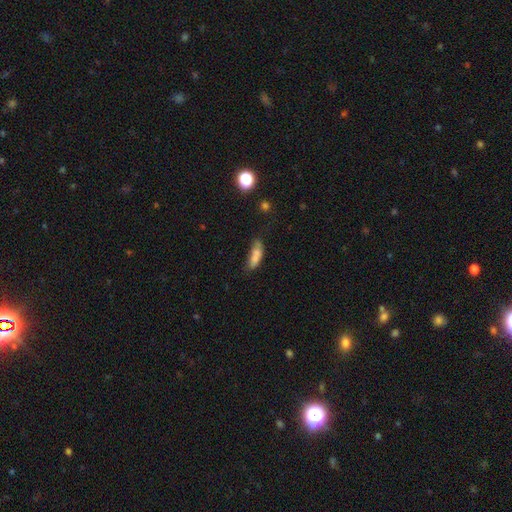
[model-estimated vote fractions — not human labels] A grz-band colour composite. It shows a smooth galaxy with no disk features (71%) that is in between round and cigar-shaped (62%). Merging: none (37%).